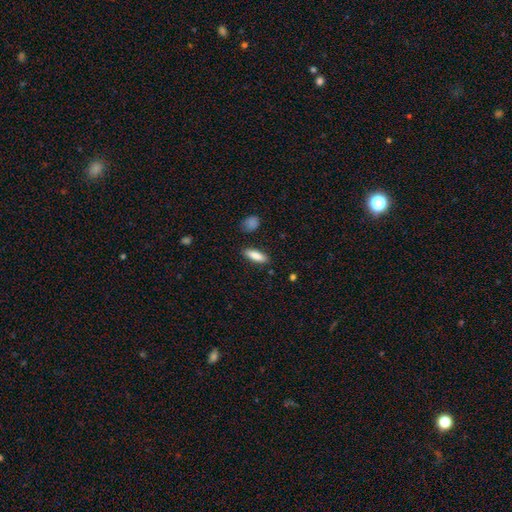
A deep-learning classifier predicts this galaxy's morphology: A smooth galaxy with no disk features (85%) that is in between round and cigar-shaped (57%). Merging: none (86%).